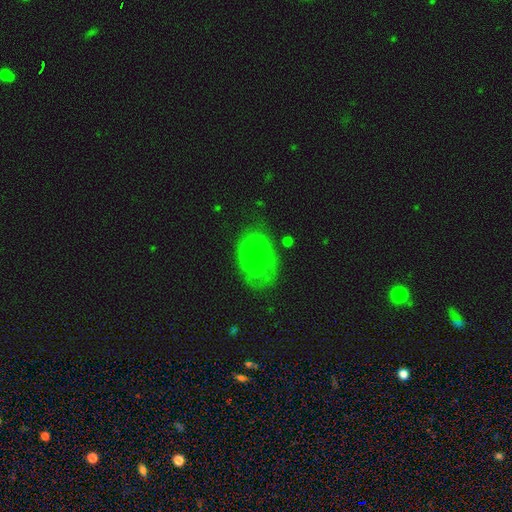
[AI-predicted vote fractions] Q: Smooth or featured?
A: featured or disk (45%); tied with: smooth (45%)
Q: Merging?
A: none (59%); runner-up: minor disturbance (24%)